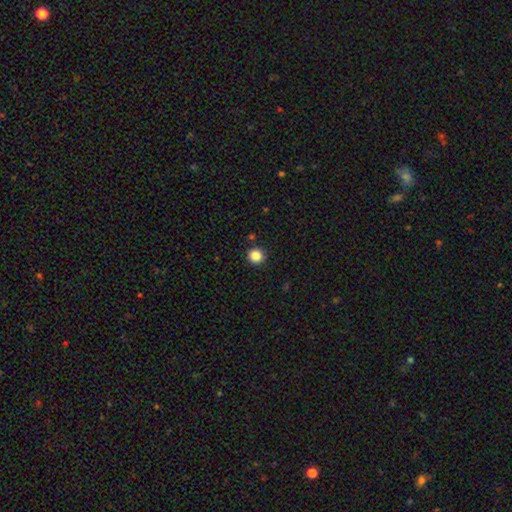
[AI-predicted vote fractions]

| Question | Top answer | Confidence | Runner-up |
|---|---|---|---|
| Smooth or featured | smooth | 86% | star or artifact (11%) |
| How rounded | round | 95% | in between (4%) |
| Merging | none | 91% | minor disturbance (5%) |